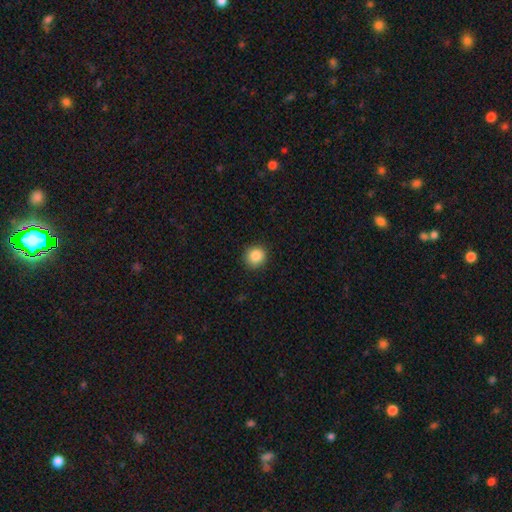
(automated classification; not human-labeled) A smooth galaxy with no disk features (87%) that is round (91%). Merging: none (91%).